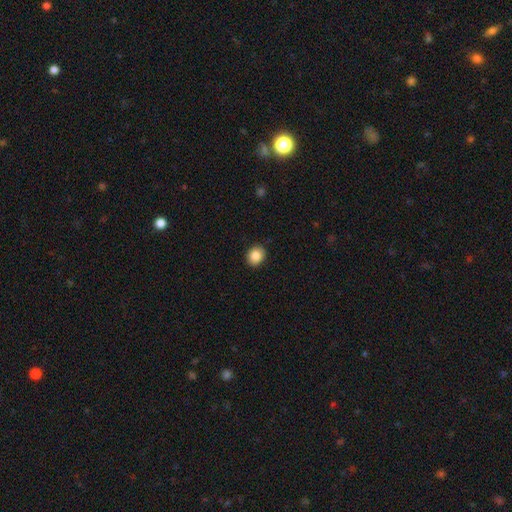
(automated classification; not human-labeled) This appears to be a smooth galaxy with no disk features (87%) that is round (67%). Merging: none (90%).